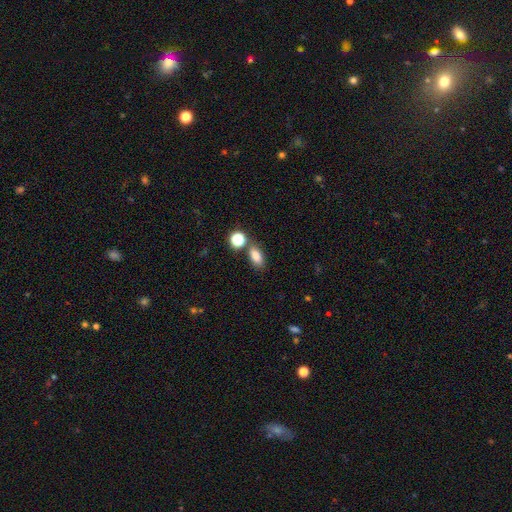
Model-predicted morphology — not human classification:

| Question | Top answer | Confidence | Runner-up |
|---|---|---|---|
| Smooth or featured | smooth | 82% | star or artifact (12%) |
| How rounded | in between | 82% | round (13%) |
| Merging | none | 71% | merger (14%) |